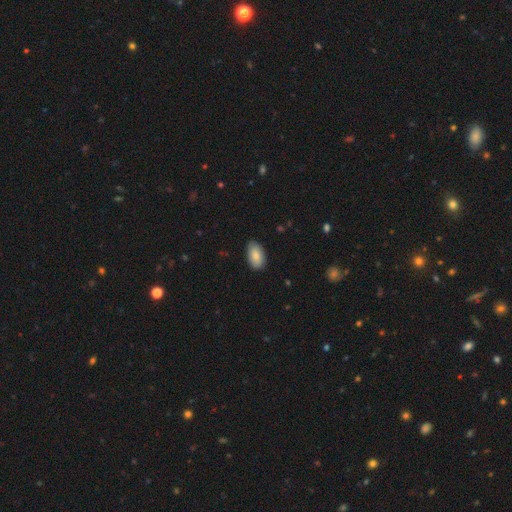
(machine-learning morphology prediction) Smooth or featured? Predicted: smooth (p=0.84). How rounded? Predicted: in between (p=0.94). Merging? Predicted: none (p=0.85).